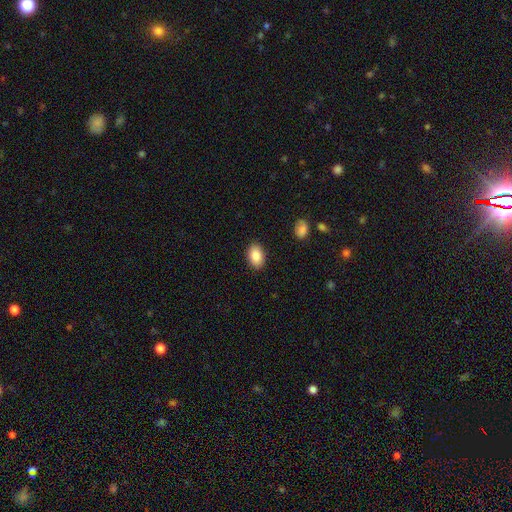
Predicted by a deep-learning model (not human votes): smooth 86%, star or artifact 7%, featured or disk 6%. Down the decision tree: how rounded — in between (88%); merging — none (89%).